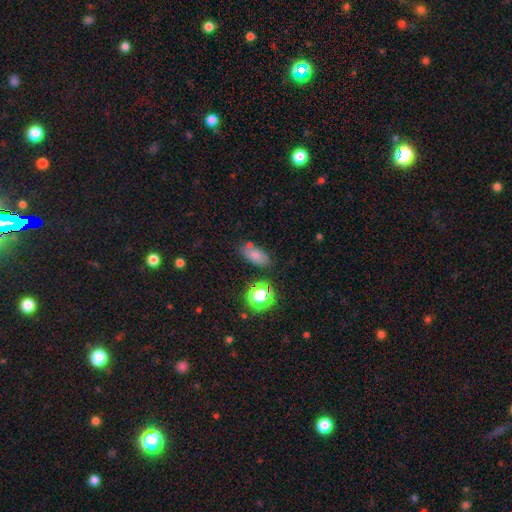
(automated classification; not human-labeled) smooth 74%, star or artifact 15%, featured or disk 11%. Down the decision tree: how rounded — in between (82%); merging — none (68%).